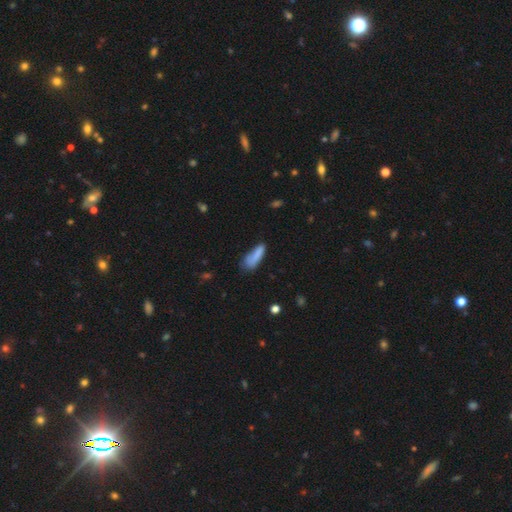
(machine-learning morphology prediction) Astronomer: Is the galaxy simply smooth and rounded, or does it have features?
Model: smooth — 80%.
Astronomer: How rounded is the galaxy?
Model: cigar-shaped — 55% (runner-up: in between, 43%).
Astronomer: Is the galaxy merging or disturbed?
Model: none — 50% (runner-up: minor disturbance, 29%).